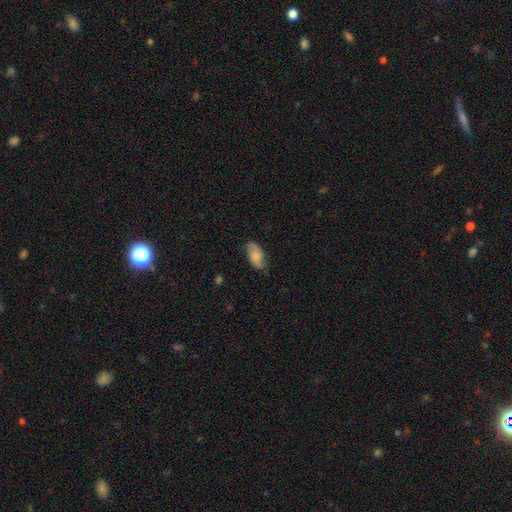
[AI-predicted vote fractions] Q: Smooth or featured?
A: smooth (68%); runner-up: featured or disk (25%)
Q: How rounded?
A: in between (91%); runner-up: cigar-shaped (5%)
Q: Merging?
A: none (69%); runner-up: minor disturbance (23%)